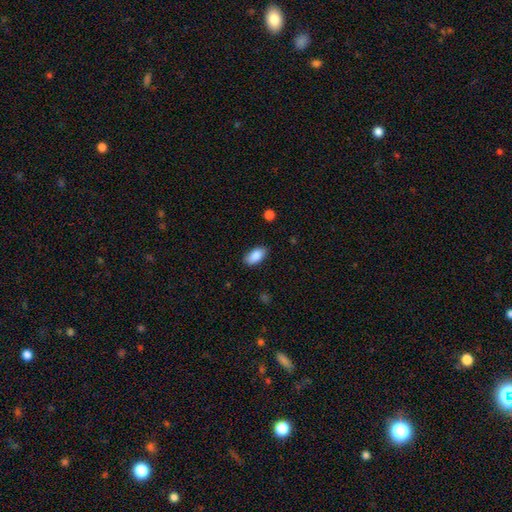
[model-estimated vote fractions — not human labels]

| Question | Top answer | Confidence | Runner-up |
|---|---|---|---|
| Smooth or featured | smooth | 88% | star or artifact (7%) |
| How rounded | in between | 92% | cigar-shaped (4%) |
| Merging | none | 83% | minor disturbance (13%) |